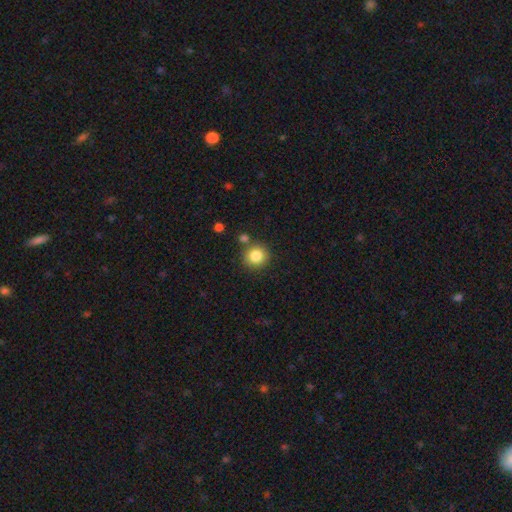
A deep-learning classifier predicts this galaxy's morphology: smooth-or-featured: smooth: 84% | star or artifact: 10% | featured or disk: 6%
  how-rounded: round: 90% | in between: 9% | cigar-shaped: 1%
  merging: none: 79% | merger: 9% | minor disturbance: 9% | major disturbance: 3%